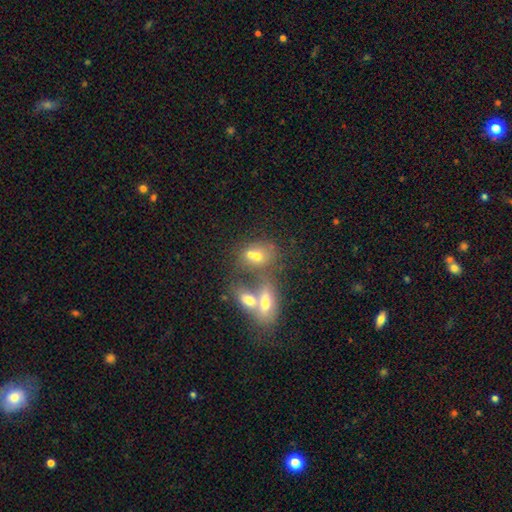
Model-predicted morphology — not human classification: smooth 62%, featured or disk 23%, star or artifact 15%. Down the decision tree: how rounded — round (49%, tied with in between); merging — merger (57%).